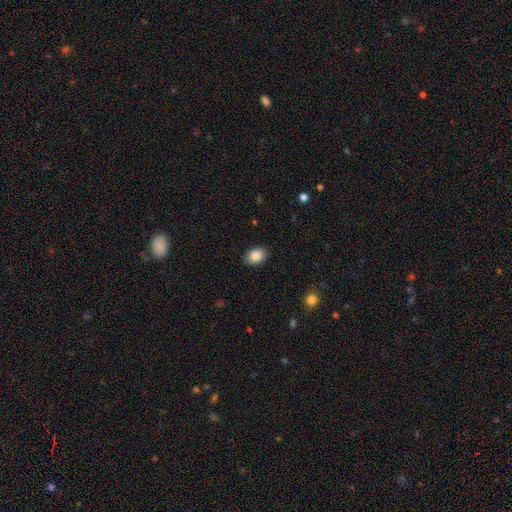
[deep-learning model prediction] Smooth or featured?
  - smooth: 87% *
  - star or artifact: 8%
  - featured or disk: 5%
How rounded?
  - in between: 72% *
  - round: 27%
  - cigar-shaped: 1%
Merging?
  - none: 89% *
  - minor disturbance: 8%
  - major disturbance: 2%
  - merger: 1%